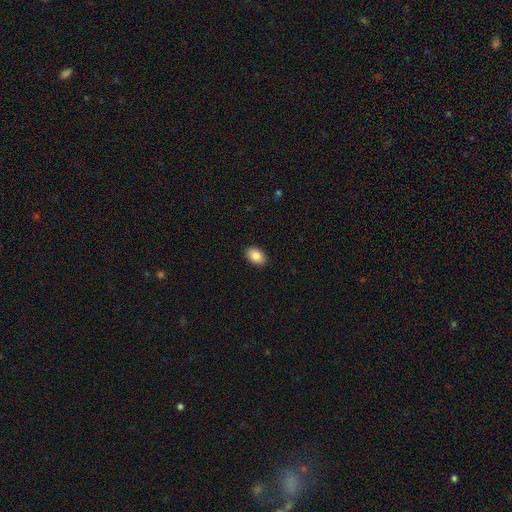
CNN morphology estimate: This appears to be a smooth galaxy with no disk features (88%) that is in between round and cigar-shaped (84%). Merging: none (90%).